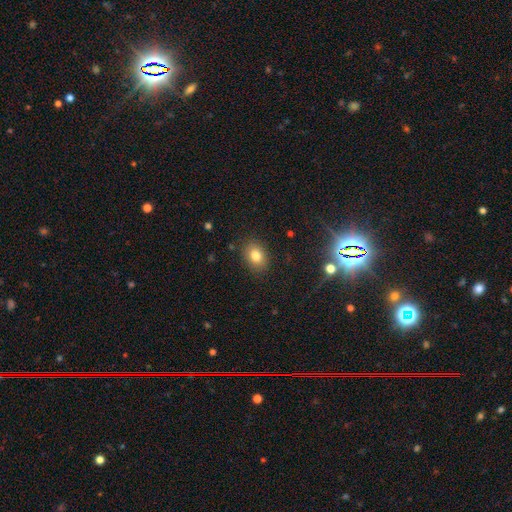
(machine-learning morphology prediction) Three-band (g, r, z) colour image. It shows a smooth galaxy with no disk features (81%) that is in between round and cigar-shaped (67%). Merging: none (86%).